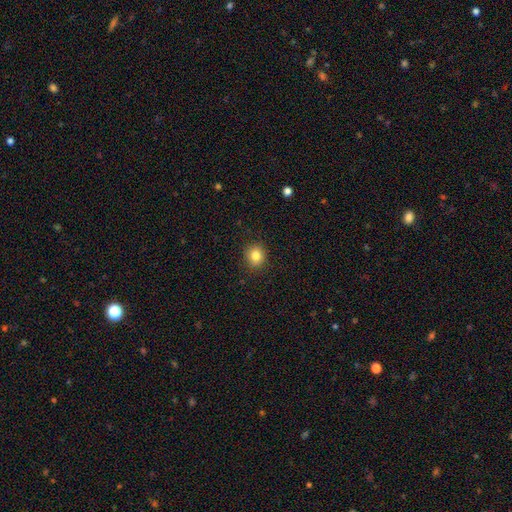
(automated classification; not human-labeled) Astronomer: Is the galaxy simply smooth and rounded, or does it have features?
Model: smooth — 83%.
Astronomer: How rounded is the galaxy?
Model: round — 81%.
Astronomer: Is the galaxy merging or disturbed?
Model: none — 90%.